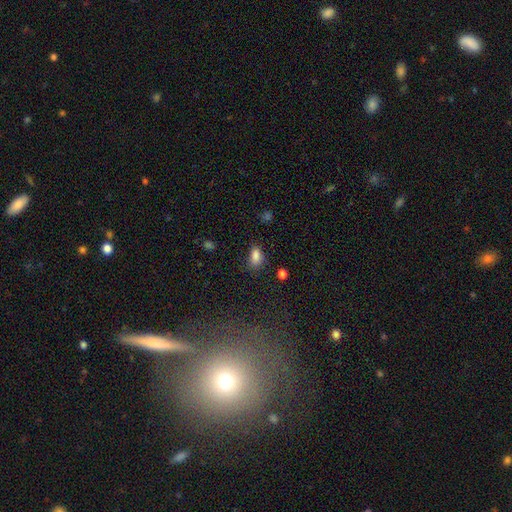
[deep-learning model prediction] A smooth galaxy with no disk features (83%) that is in between round and cigar-shaped (87%). Merging: none (70%).